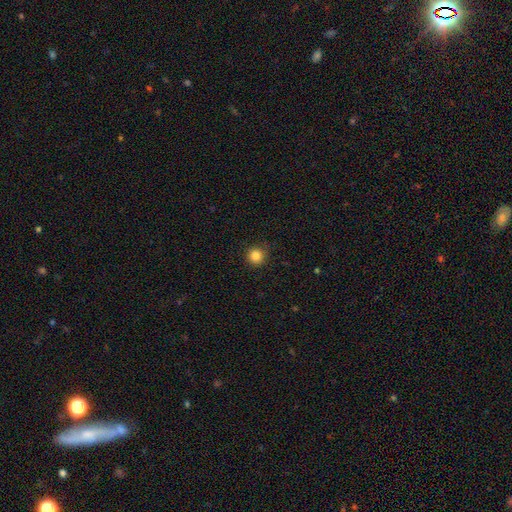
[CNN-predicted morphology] type=smooth (85%); roundness=round (93%); merging=none (88%).